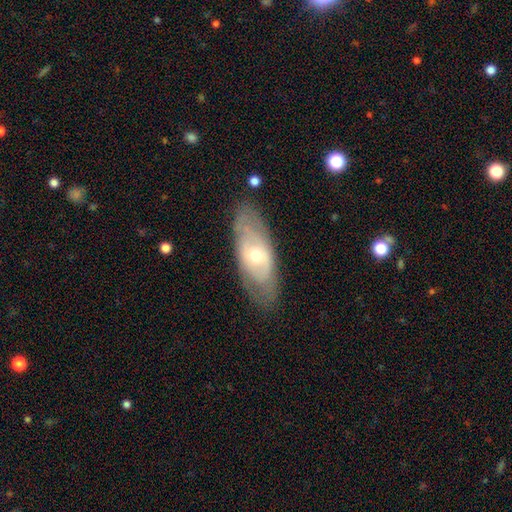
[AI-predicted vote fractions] smooth-or-featured: featured or disk: 63% | smooth: 31% | star or artifact: 6%
  disk-edge-on: no: 80% | yes: 20%
  merging: none: 82% | minor disturbance: 13% | major disturbance: 4% | merger: 1%